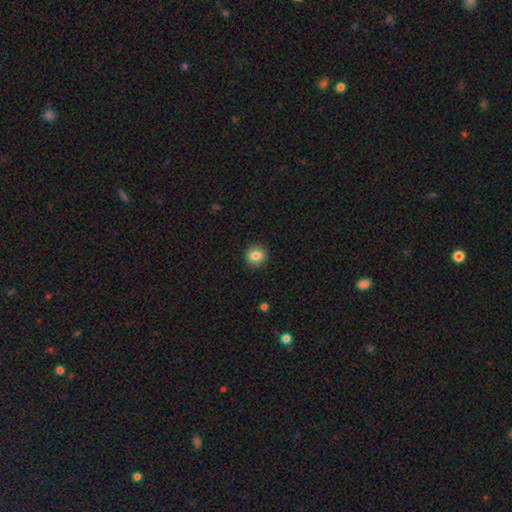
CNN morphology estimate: smooth_or_featured: smooth (p=0.85) [alt: star or artifact p=0.10]
how_rounded: round (p=0.87) [alt: in between p=0.12]
merging: none (p=0.91) [alt: minor disturbance p=0.06]